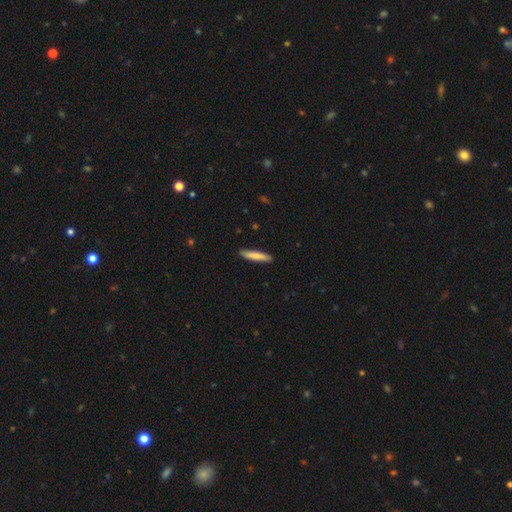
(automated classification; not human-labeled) The model was most divided on "smooth or featured": smooth: 77%, featured or disk: 18%, star or artifact: 5%. More confident: merging — none (90%); how rounded — cigar-shaped (90%).